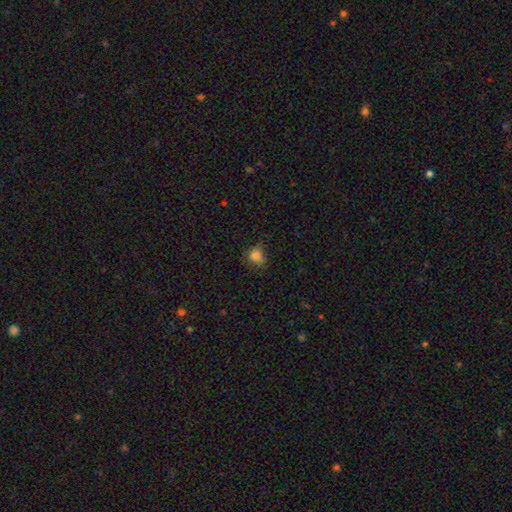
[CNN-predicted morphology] This appears to be a smooth galaxy with no disk features (75%) that is round (56%). Merging: none (60%).